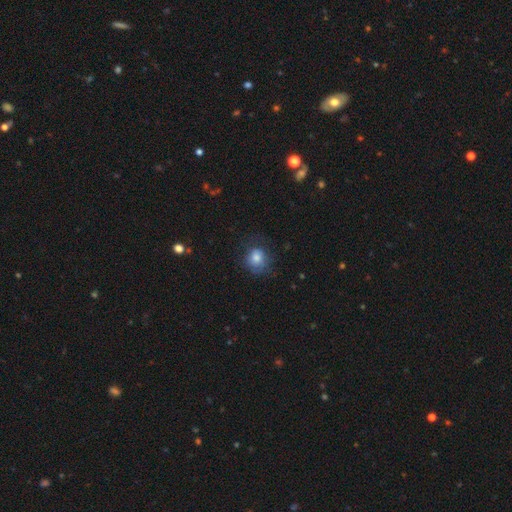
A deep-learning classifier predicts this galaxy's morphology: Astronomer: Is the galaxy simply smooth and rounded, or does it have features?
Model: smooth — 66%.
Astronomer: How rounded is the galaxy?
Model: round — 81%.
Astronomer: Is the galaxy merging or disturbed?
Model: none — 68%.